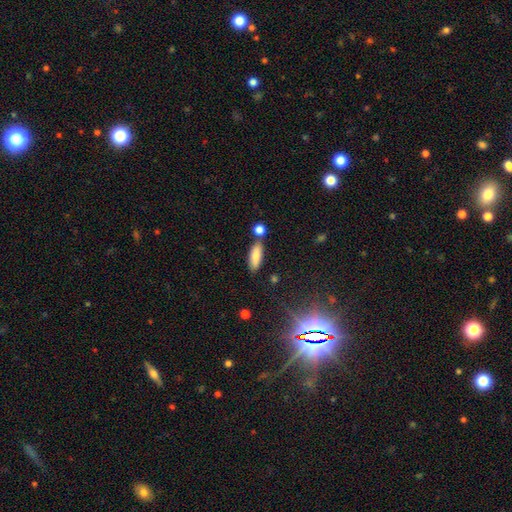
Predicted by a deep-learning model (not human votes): Overall: smooth (82%). How rounded: in between (62%; cigar-shaped 35%). Merging: none (74%).